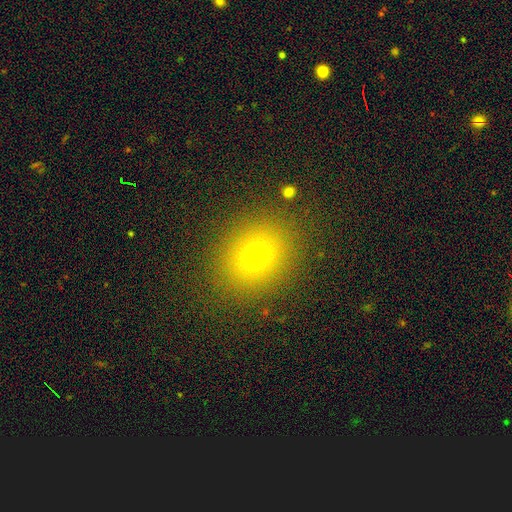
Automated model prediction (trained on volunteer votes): A smooth galaxy with no disk features (70%) that is round (65%). Merging: none (86%).